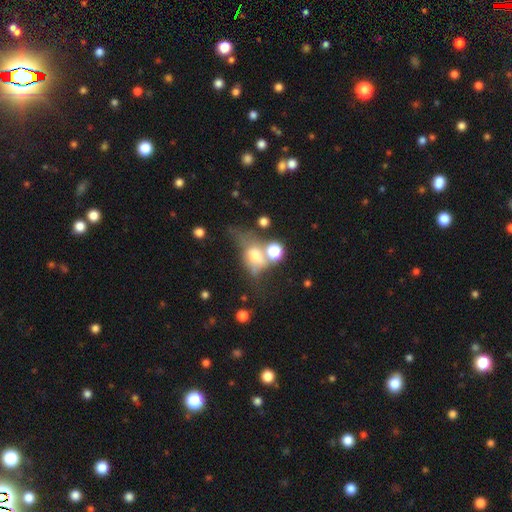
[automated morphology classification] Smooth or featured? Predicted: smooth (p=0.52). How rounded? Predicted: in between (p=0.64). Merging? Predicted: major disturbance (p=0.29).